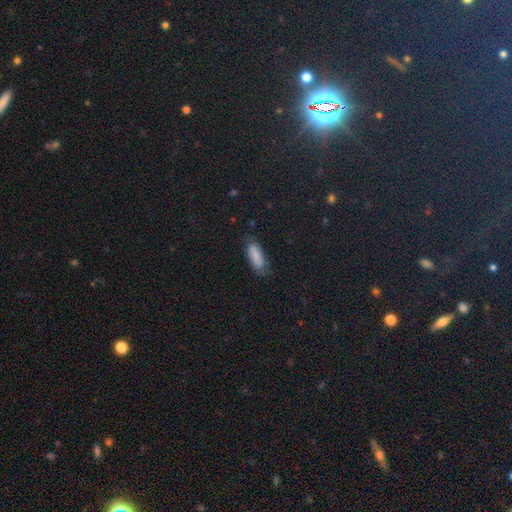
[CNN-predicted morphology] This is clearly a smooth galaxy (84%). How rounded: likely in between (67%). Merging: likely none (73%).